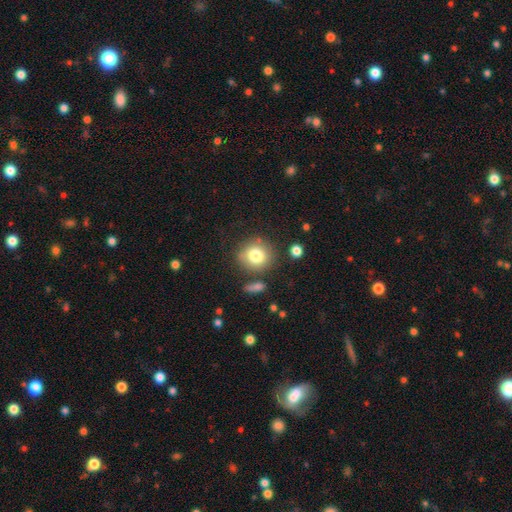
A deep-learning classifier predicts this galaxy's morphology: Overall: smooth (79%). How rounded: round (86%). Merging: none (77%).